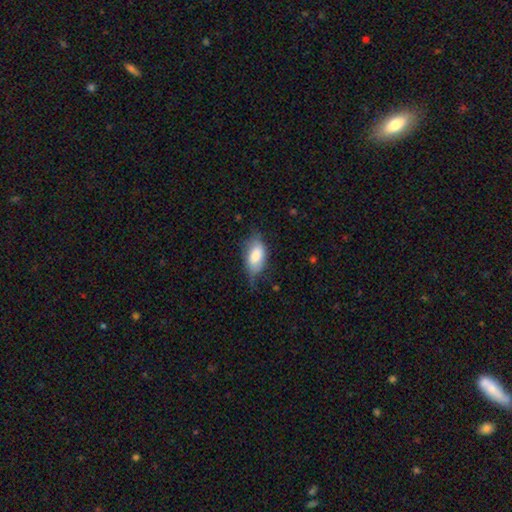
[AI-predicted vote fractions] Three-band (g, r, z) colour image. It shows a smooth galaxy with no disk features (77%) that is in between round and cigar-shaped (91%). Merging: none (41%).